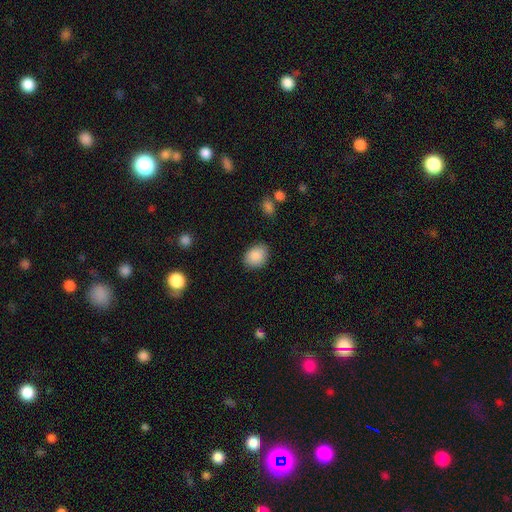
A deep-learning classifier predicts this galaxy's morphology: A smooth galaxy with no disk features (89%) that is in between round and cigar-shaped (55%). Merging: none (83%).